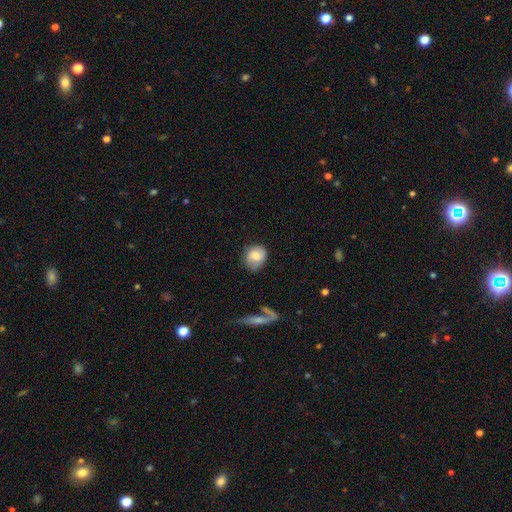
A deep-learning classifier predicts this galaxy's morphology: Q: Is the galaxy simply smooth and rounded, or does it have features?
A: smooth — 75%.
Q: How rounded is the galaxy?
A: round — 69%.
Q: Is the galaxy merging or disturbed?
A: none — 67%.